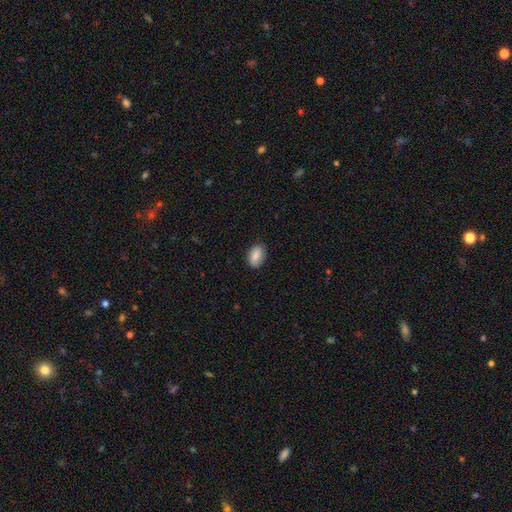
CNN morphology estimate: smooth_or_featured: smooth (p=0.84) [alt: featured or disk p=0.09]
how_rounded: in between (p=0.88) [alt: round p=0.11]
merging: none (p=0.84) [alt: minor disturbance p=0.13]